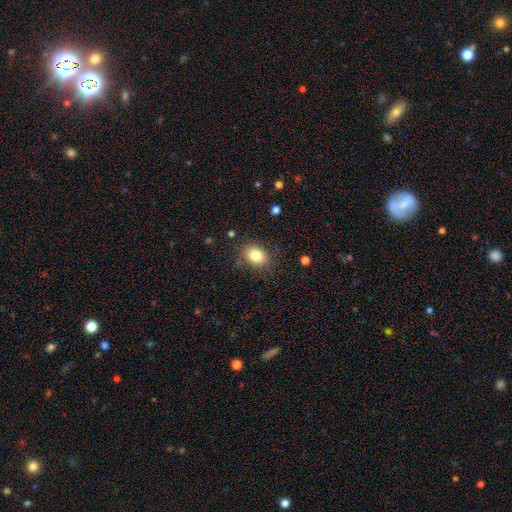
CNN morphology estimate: Smooth or featured?
  - smooth: 83% *
  - star or artifact: 10%
  - featured or disk: 7%
How rounded?
  - in between: 62% *
  - round: 37%
  - cigar-shaped: 1%
Merging?
  - none: 82% *
  - minor disturbance: 12%
  - major disturbance: 4%
  - merger: 1%